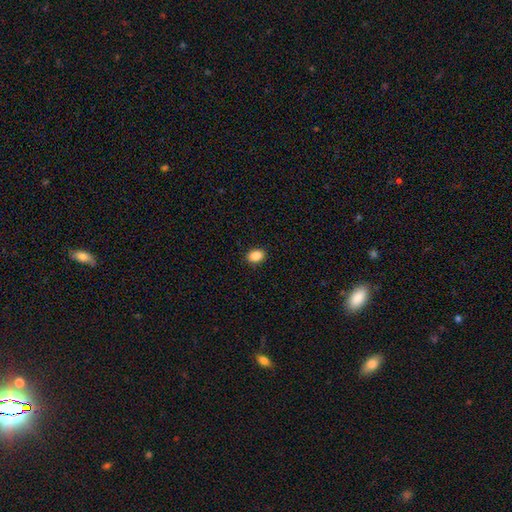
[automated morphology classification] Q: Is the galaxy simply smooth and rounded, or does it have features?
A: smooth — 88%.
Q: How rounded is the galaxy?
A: in between — 71%.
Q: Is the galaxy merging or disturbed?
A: none — 90%.